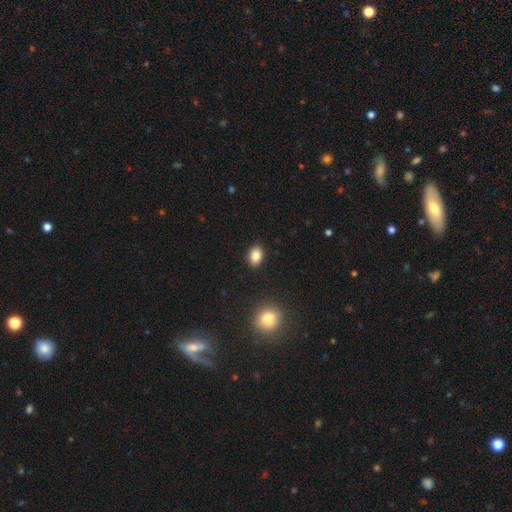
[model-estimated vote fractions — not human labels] A smooth galaxy with no disk features (85%) that is in between round and cigar-shaped (71%). Merging: none (90%).